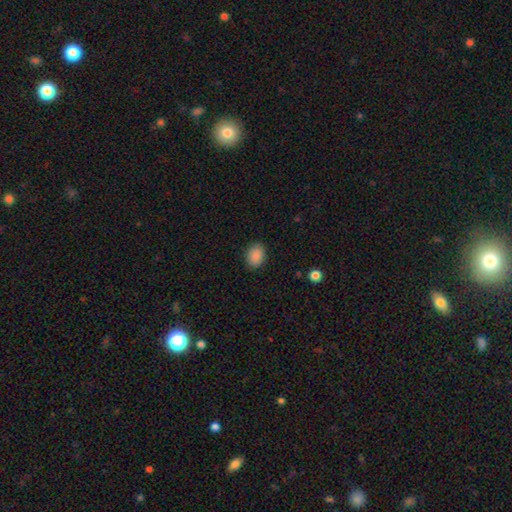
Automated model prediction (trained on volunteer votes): A smooth galaxy with no disk features (88%) that is in between round and cigar-shaped (67%).

Vote fractions:
- Smooth or featured? smooth: 88% / star or artifact: 8% / featured or disk: 3%
- How rounded? in between: 67% / round: 32% / cigar-shaped: 1%
- Merging? none: 87% / minor disturbance: 9% / major disturbance: 2% / merger: 1%